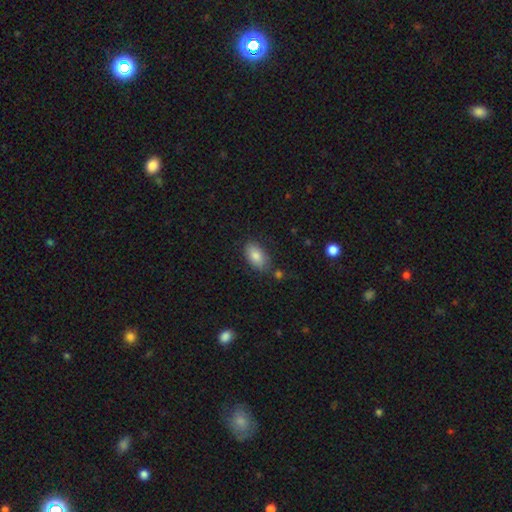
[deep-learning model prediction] Q: Smooth or featured?
A: smooth (83%); runner-up: featured or disk (9%)
Q: How rounded?
A: in between (93%); runner-up: round (5%)
Q: Merging?
A: none (79%); runner-up: minor disturbance (14%)